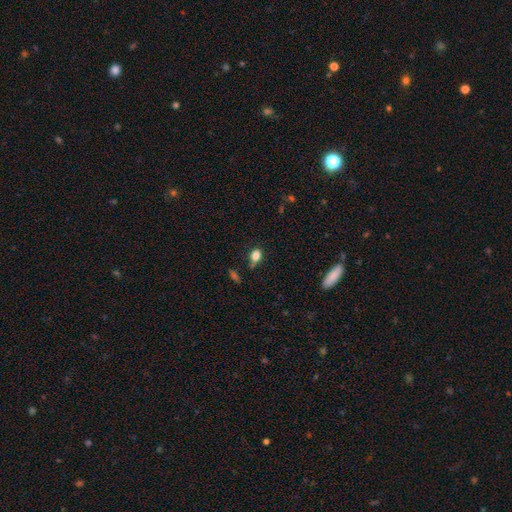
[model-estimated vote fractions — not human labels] Overall: smooth (81%). How rounded: in between (71%). Merging: none (60%; minor disturbance 26%).